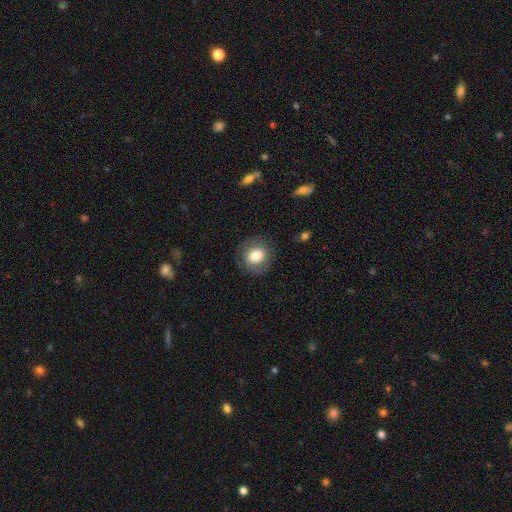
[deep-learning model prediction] Smooth or featured: smooth — 78% (featured or disk — 14%)
How rounded: round — 77% (in between — 22%)
Merging: none — 84% (minor disturbance — 11%)